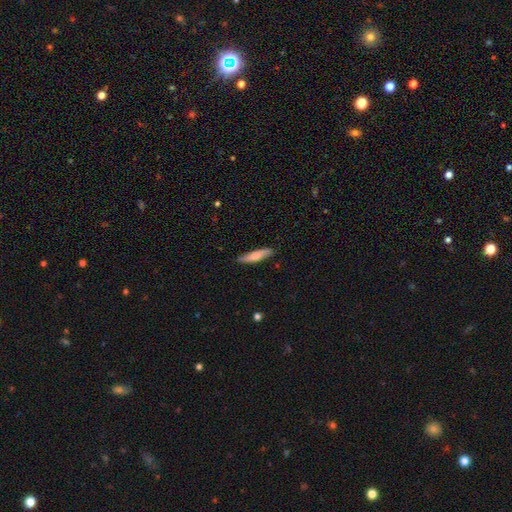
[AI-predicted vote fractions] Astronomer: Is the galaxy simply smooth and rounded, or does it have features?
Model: smooth — 66%.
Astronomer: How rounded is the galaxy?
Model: cigar-shaped — 84%.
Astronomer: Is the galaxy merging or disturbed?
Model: none — 87%.